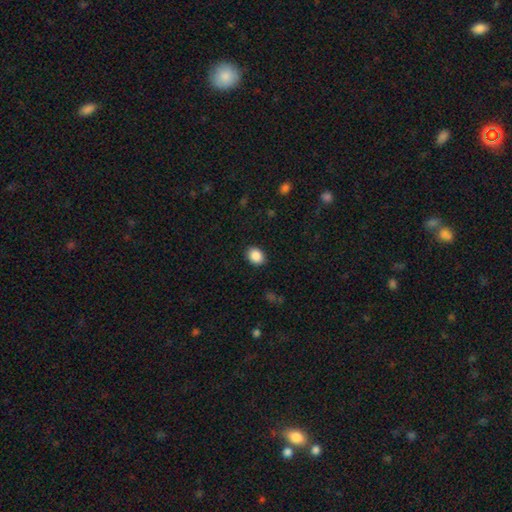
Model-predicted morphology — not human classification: Q: Smooth or featured?
A: smooth (89%); runner-up: star or artifact (8%)
Q: How rounded?
A: in between (63%); runner-up: round (37%)
Q: Merging?
A: none (90%); runner-up: minor disturbance (7%)